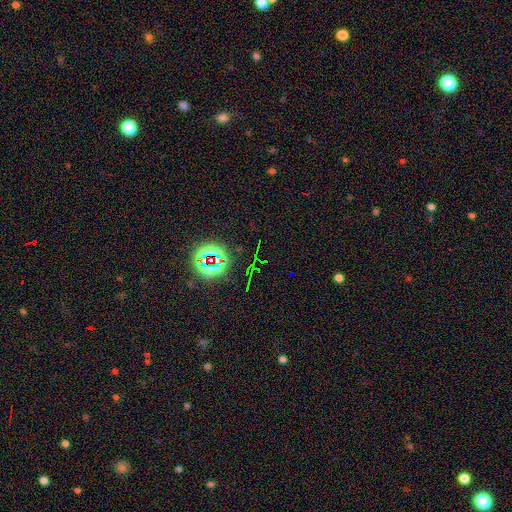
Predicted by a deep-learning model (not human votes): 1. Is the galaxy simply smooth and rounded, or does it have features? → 79% star or artifact, 13% smooth, 8% featured or disk.